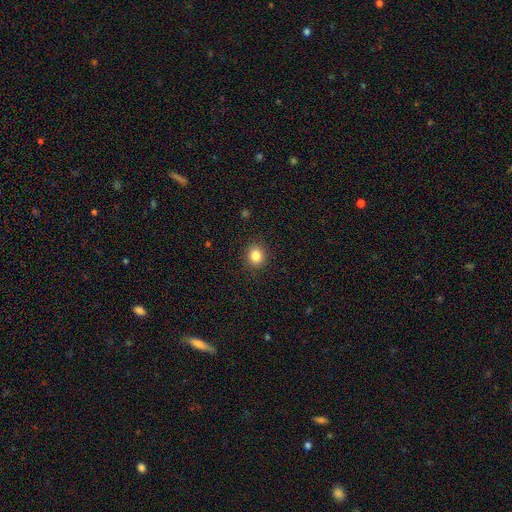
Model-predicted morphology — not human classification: This appears to be a smooth galaxy with no disk features (84%) that is round (74%). Merging: none (90%).